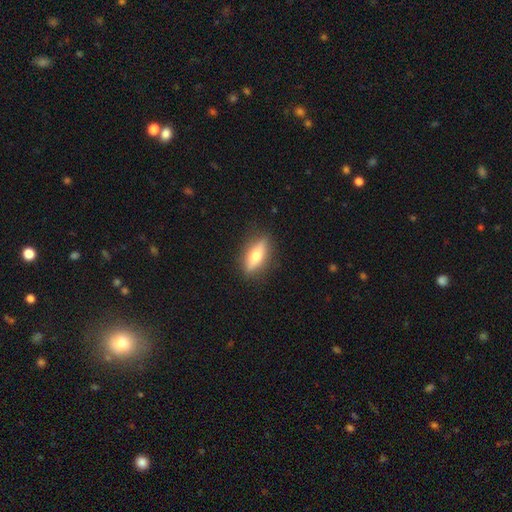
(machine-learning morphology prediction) Smooth or featured: smooth — 55% (featured or disk — 38%)
How rounded: in between — 59% (cigar-shaped — 37%)
Merging: none — 86% (minor disturbance — 10%)